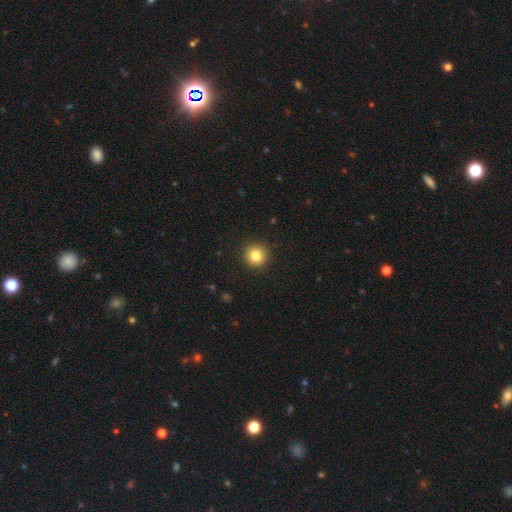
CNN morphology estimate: smooth-or-featured: smooth: 83% | star or artifact: 10% | featured or disk: 6%
  how-rounded: round: 94% | in between: 5% | cigar-shaped: 1%
  merging: none: 92% | minor disturbance: 6% | major disturbance: 2% | merger: 1%